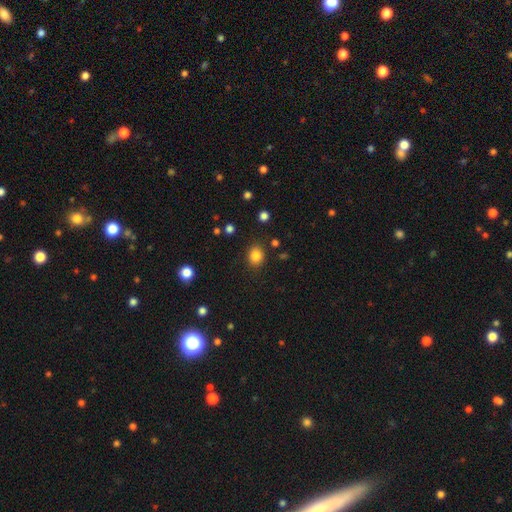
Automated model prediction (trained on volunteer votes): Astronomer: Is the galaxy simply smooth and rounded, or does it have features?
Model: smooth — 84%.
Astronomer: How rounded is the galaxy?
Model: round — 66%.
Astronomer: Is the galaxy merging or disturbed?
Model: none — 86%.